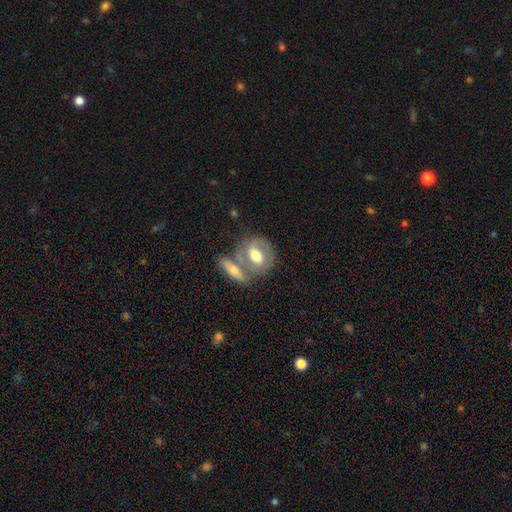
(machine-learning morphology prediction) smooth-or-featured: featured or disk: 50% | smooth: 45% | star or artifact: 6%
  merging: none: 46% | merger: 37% | minor disturbance: 12% | major disturbance: 5%